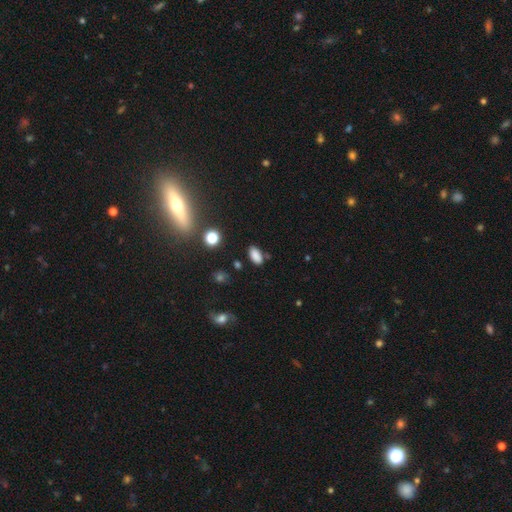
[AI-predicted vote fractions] A smooth galaxy with no disk features (83%) that is in between round and cigar-shaped (90%).

Vote fractions:
- Smooth or featured? smooth: 83% / star or artifact: 12% / featured or disk: 5%
- How rounded? in between: 90% / round: 5% / cigar-shaped: 4%
- Merging? none: 79% / minor disturbance: 13% / merger: 4% / major disturbance: 3%